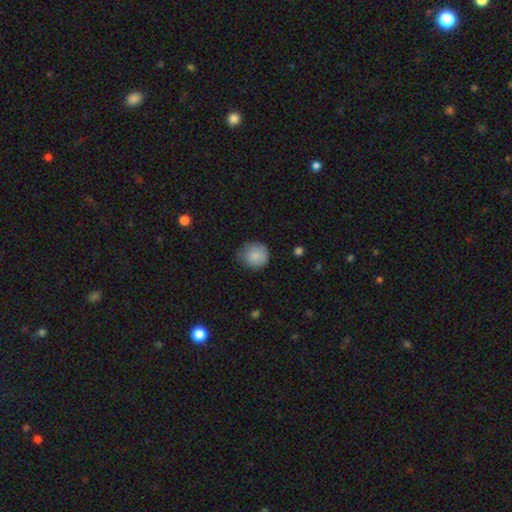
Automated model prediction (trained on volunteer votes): smooth 85%, star or artifact 8%, featured or disk 7%. Down the decision tree: how rounded — round (89%); merging — none (69%).